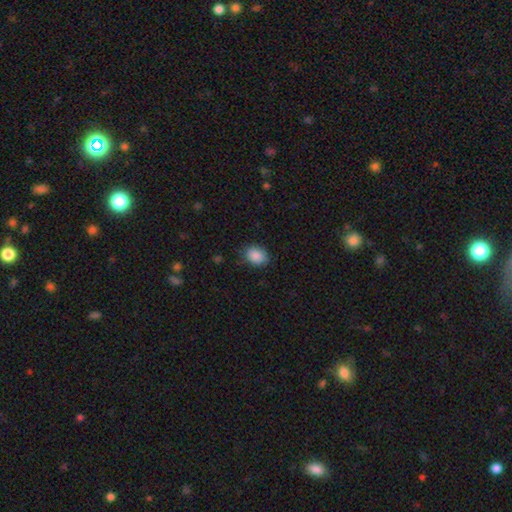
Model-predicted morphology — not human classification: type=smooth (89%); roundness=in between (59%); merging=none (79%).